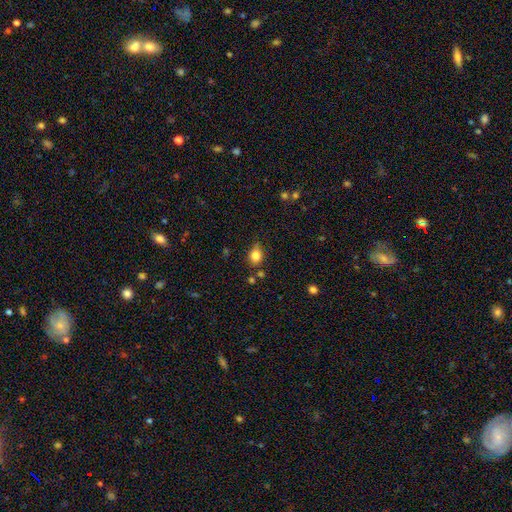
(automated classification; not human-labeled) A smooth galaxy with no disk features (83%) that is round (57%). Merging: none (69%).